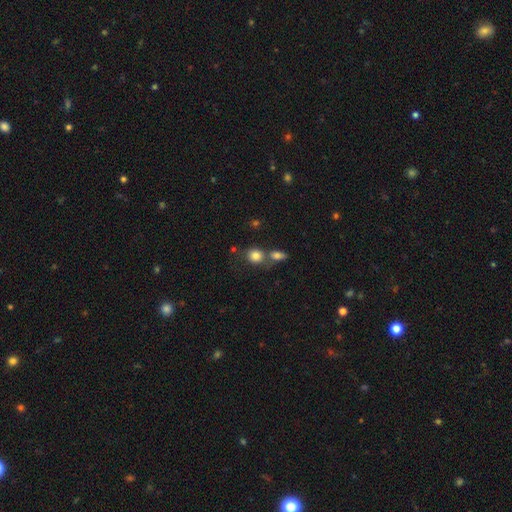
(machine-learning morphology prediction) type=smooth (82%); roundness=round (68%); merging=none (48%).